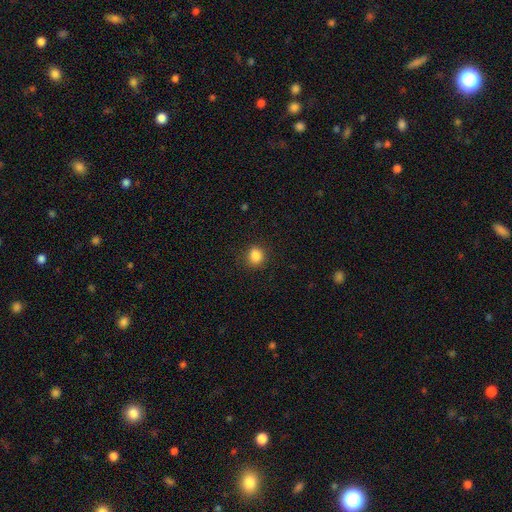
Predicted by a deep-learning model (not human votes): The model was most divided on "how rounded": round: 77%, in between: 22%, cigar-shaped: 1%. More confident: merging — none (87%); smooth or featured — smooth (86%).